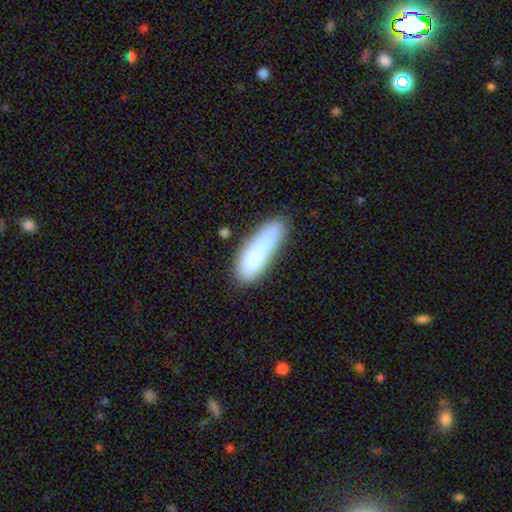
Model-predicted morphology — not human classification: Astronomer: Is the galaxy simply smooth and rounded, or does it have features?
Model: smooth — 75%.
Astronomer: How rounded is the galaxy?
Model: cigar-shaped — 50% (runner-up: in between, 48%).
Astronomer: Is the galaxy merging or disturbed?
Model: none — 47% (runner-up: minor disturbance, 27%).